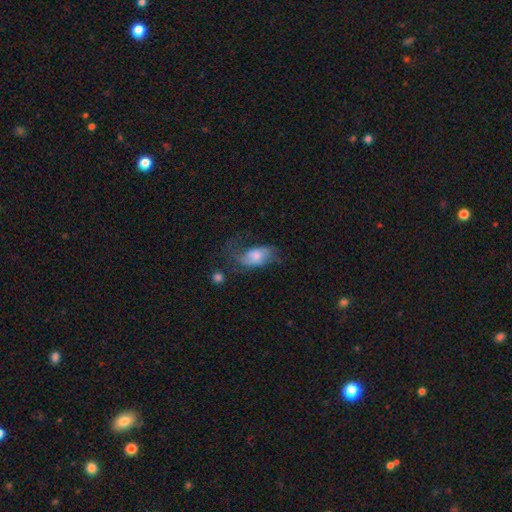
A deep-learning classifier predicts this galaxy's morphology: This is possibly a smooth galaxy (52%). How rounded: clearly in between (90%). Merging: marginally major disturbance (40%).